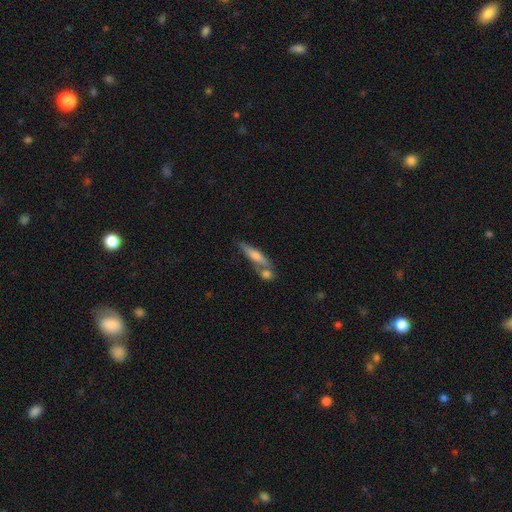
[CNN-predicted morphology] Smooth or featured? smooth (50%)
How rounded? cigar-shaped (79%)
Merging? none (57%)